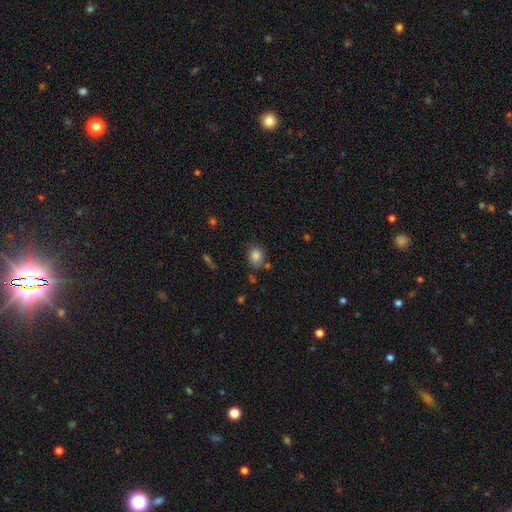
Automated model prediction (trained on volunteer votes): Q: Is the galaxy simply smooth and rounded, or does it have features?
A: smooth — 83%.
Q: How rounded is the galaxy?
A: round — 63%.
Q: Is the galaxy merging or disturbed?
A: none — 73%.